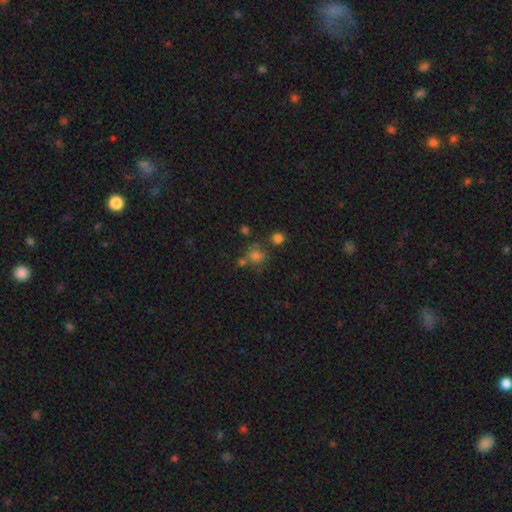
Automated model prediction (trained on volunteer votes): This is likely a smooth galaxy (69%). How rounded: clearly round (80%). Merging: possibly none (57%).